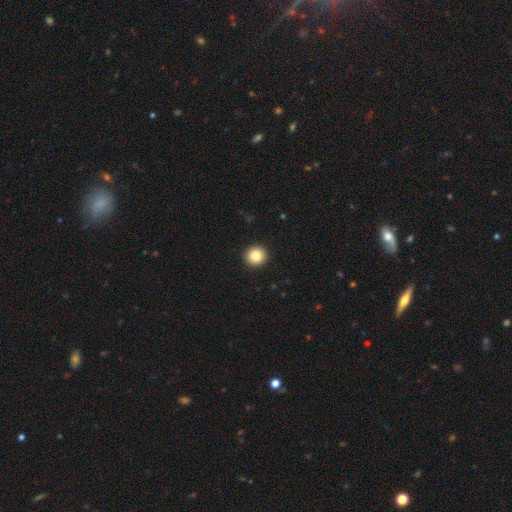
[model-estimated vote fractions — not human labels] smooth-or-featured: smooth: 86% | star or artifact: 9% | featured or disk: 5%
  how-rounded: round: 95% | in between: 4% | cigar-shaped: 1%
  merging: none: 94% | minor disturbance: 4% | major disturbance: 1% | merger: 1%